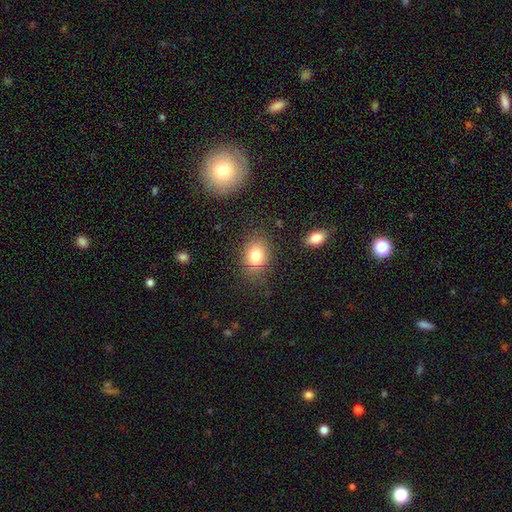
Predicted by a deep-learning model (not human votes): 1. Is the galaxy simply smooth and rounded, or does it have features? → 79% smooth, 11% star or artifact, 10% featured or disk.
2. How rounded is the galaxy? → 58% in between, 41% round, 1% cigar-shaped.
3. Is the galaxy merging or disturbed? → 79% none, 14% minor disturbance, 5% major disturbance, 2% merger.